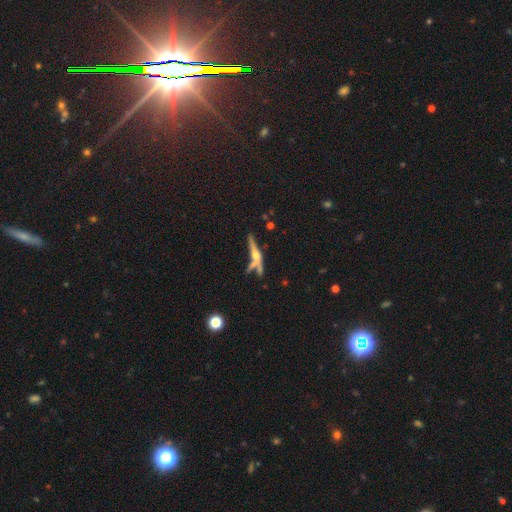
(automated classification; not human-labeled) This appears to be a featured or disk galaxy (69%) viewed edge-on (93%) with a rounded central bulge (88%). Merging: none (56%).